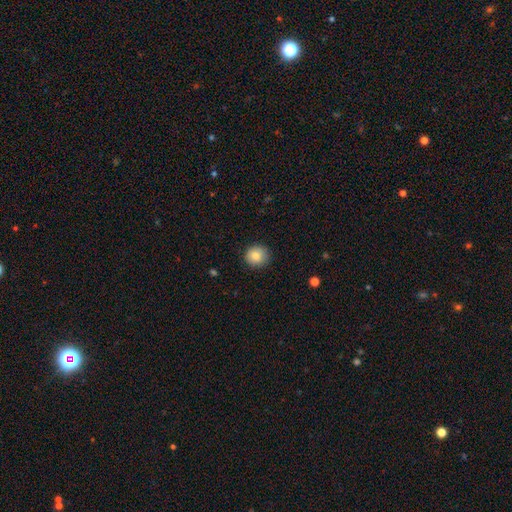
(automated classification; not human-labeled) Smooth or featured? smooth (83%)
How rounded? round (88%)
Merging? none (88%)